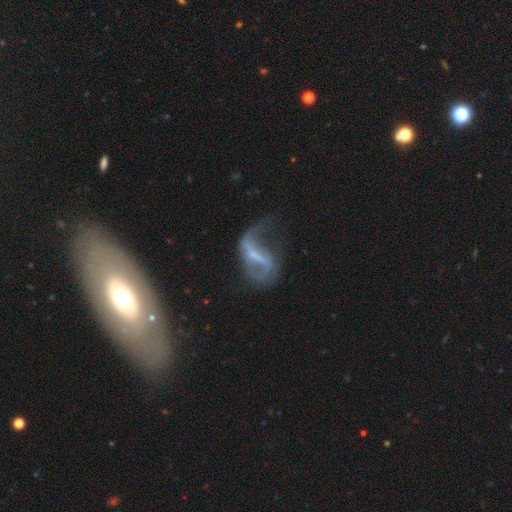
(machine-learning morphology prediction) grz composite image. It shows a featured or disk galaxy (76%) with a strong bar (50%), 2 (68%) loose (75%) spiral arms (79%) and no central bulge (51%). Merging: major disturbance (38%).